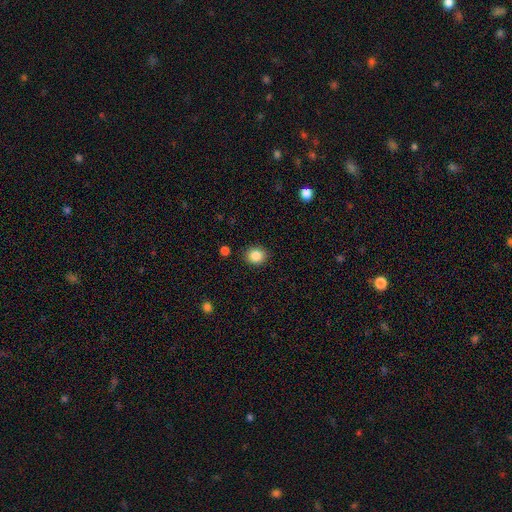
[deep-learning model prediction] smooth-or-featured: smooth: 86% | star or artifact: 10% | featured or disk: 4%
  how-rounded: round: 74% | in between: 25% | cigar-shaped: 1%
  merging: none: 88% | minor disturbance: 8% | major disturbance: 2% | merger: 2%